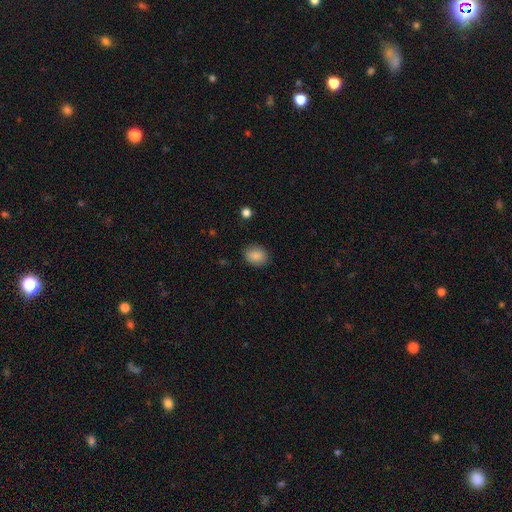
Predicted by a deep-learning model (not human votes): This appears to be a smooth galaxy with no disk features (88%) that is in between round and cigar-shaped (57%). Merging: none (87%).